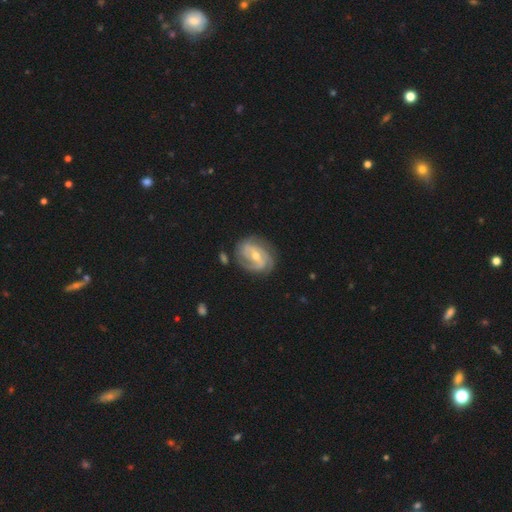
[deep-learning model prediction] smooth_or_featured: featured or disk (p=0.86) [alt: smooth p=0.09]
disk_edge_on: no (p=0.97) [alt: yes p=0.03]
bar: weak (p=0.44) [alt: no p=0.29]
has_spiral_arms: yes (p=0.95) [alt: no p=0.05]
spiral_winding: tight (p=0.56) [alt: medium p=0.34]
spiral_arm_count: 2 (p=0.38) [alt: 3 p=0.31]
bulge_size: moderate (p=0.56) [alt: small p=0.41]
merging: none (p=0.71) [alt: minor disturbance p=0.19]